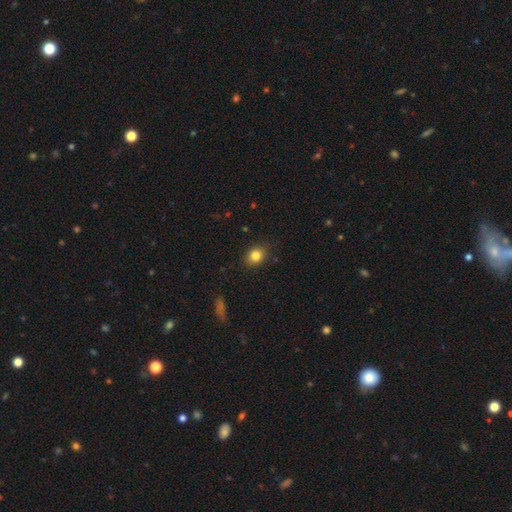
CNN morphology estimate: Smooth or featured? smooth (82%)
How rounded? round (58%)
Merging? none (86%)